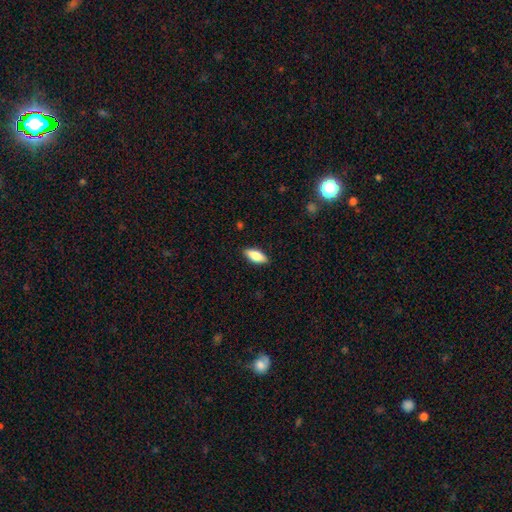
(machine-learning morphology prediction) A smooth galaxy with no disk features (81%) that is in between round and cigar-shaped (79%). Merging: none (88%).